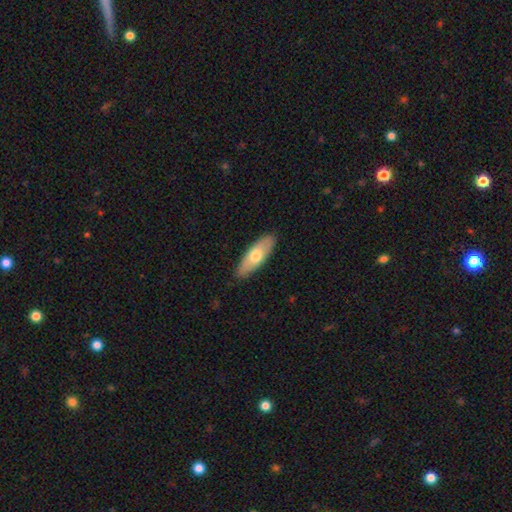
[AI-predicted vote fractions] smooth-or-featured: smooth: 63% | featured or disk: 32% | star or artifact: 5%
  how-rounded: in between: 62% | cigar-shaped: 36% | round: 2%
  merging: none: 86% | minor disturbance: 11% | major disturbance: 2% | merger: 1%